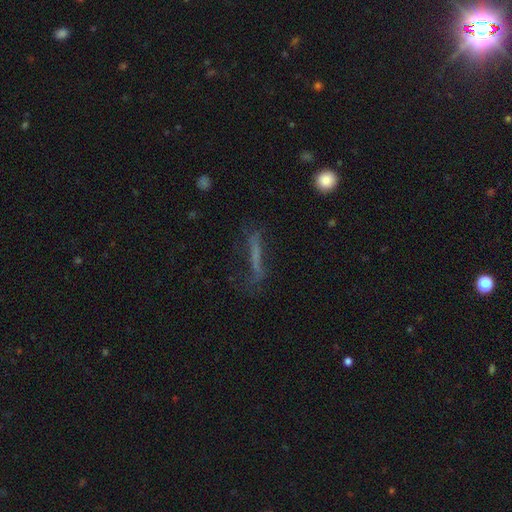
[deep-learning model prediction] smooth 44%, featured or disk 40%, star or artifact 16%. Down the decision tree: merging — none (57%).